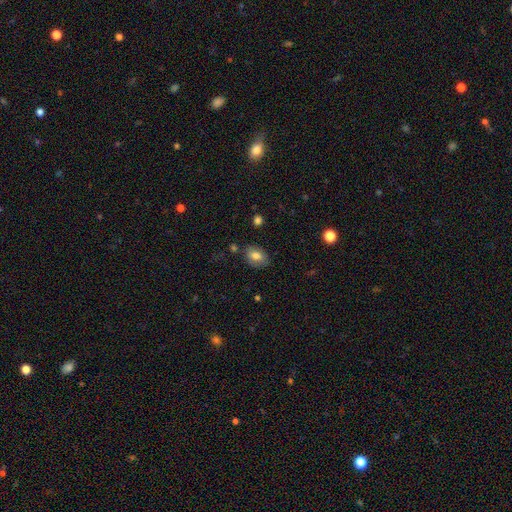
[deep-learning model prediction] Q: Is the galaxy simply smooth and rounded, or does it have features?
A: smooth — 79%.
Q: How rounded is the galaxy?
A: in between — 82%.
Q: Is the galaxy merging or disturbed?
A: none — 78%.